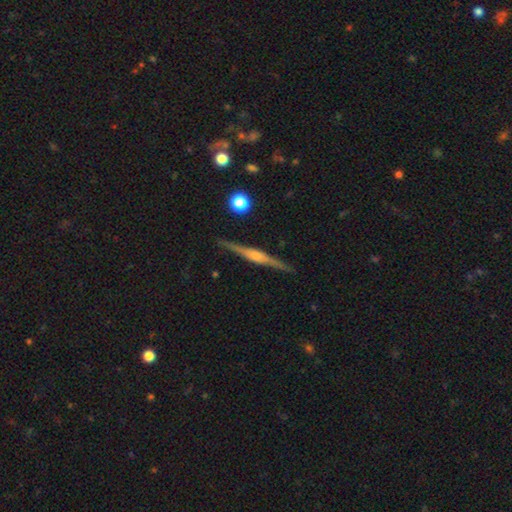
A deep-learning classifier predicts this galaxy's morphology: smooth_or_featured: featured or disk (p=0.79) [alt: smooth p=0.15]
disk_edge_on: yes (p=0.98) [alt: no p=0.02]
edge_on_bulge: rounded (p=0.73) [alt: boxy p=0.17]
merging: none (p=0.91) [alt: minor disturbance p=0.07]